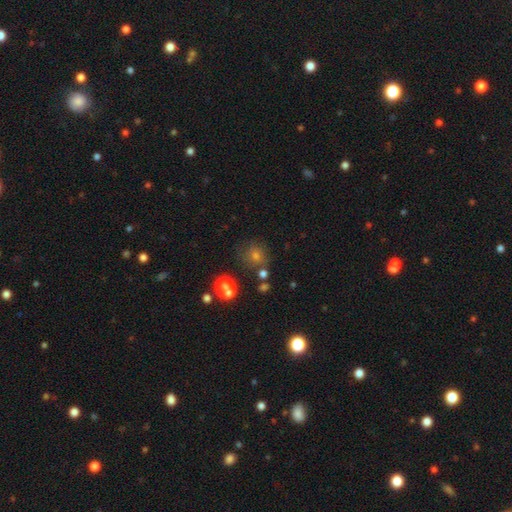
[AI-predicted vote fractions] smooth 59%, star or artifact 29%, featured or disk 11%. Down the decision tree: how rounded — round (83%); merging — none (75%).